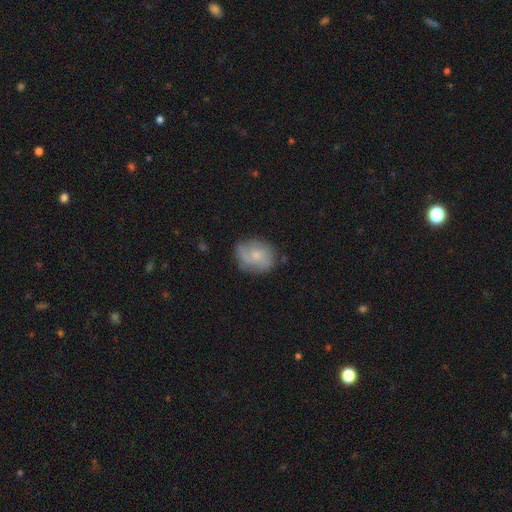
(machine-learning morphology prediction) The model was most divided on "smooth or featured": smooth: 49%, featured or disk: 44%, star or artifact: 8%. More confident: merging — none (67%).